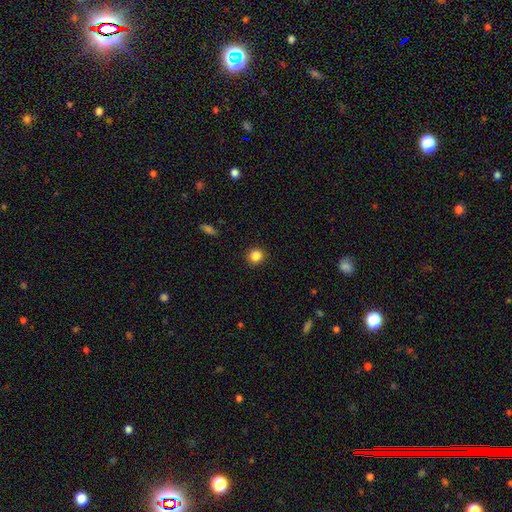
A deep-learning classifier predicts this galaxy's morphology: Smooth or featured: smooth — 85% (star or artifact — 11%)
How rounded: round — 91% (in between — 8%)
Merging: none — 92% (minor disturbance — 6%)